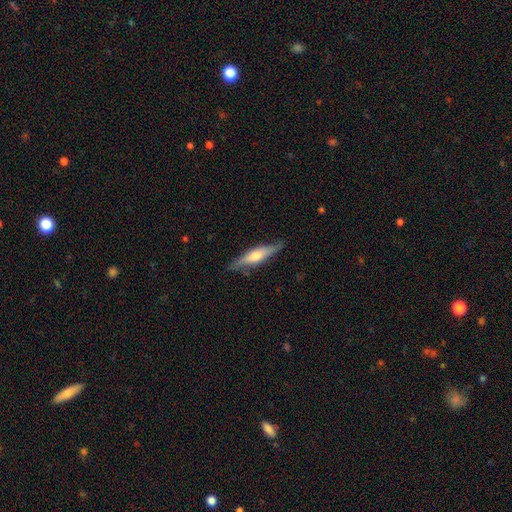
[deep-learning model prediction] Smooth or featured? Predicted: featured or disk (p=0.59). Edge-on disk? Predicted: yes (p=0.87). Edge-on bulge? Predicted: rounded (p=0.83). Merging? Predicted: none (p=0.80).